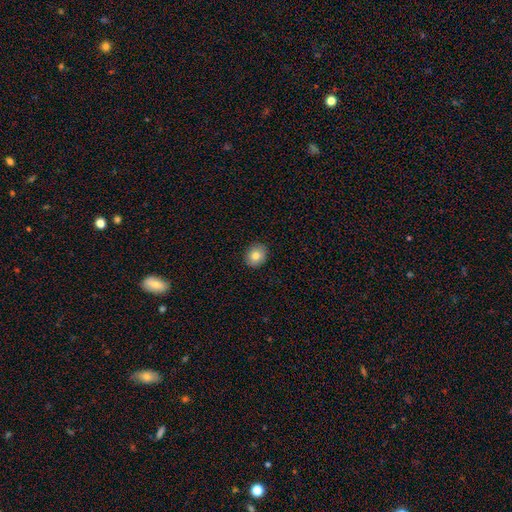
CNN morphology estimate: Smooth or featured?
  - smooth: 80% *
  - featured or disk: 11%
  - star or artifact: 9%
How rounded?
  - round: 68% *
  - in between: 31%
  - cigar-shaped: 1%
Merging?
  - none: 91% *
  - minor disturbance: 7%
  - major disturbance: 2%
  - merger: 1%